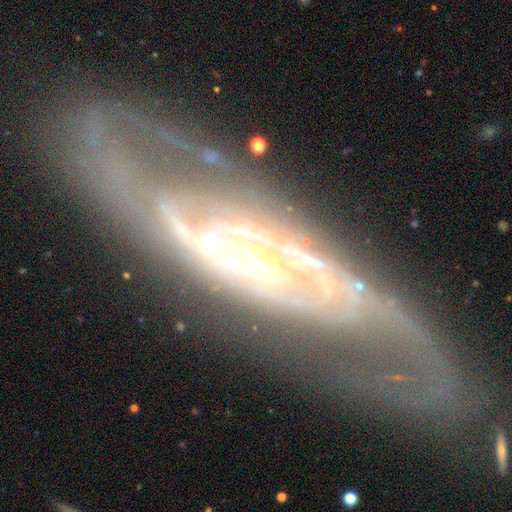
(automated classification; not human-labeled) Overall: featured or disk (88%). Edge-on disk: no (83%). Bar: no (49%; weak 31%). Spiral arms: yes (92%). Spiral arm count: 2 (67%). Spiral winding: tight (43%, tied with medium). Bulge size: small (66%; moderate 27%). Merging: none (77%).